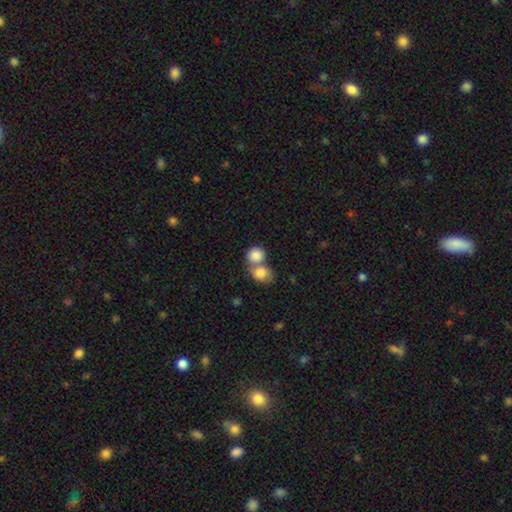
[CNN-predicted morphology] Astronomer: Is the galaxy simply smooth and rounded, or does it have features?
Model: smooth — 84%.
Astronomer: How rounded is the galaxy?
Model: round — 76%.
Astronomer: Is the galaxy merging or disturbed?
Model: merger — 61%.